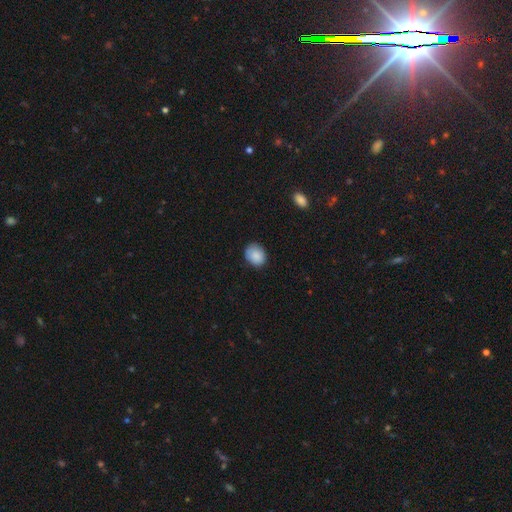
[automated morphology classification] Q: Smooth or featured?
A: smooth (88%); runner-up: star or artifact (7%)
Q: How rounded?
A: in between (50%); runner-up: round (49%)
Q: Merging?
A: none (80%); runner-up: minor disturbance (16%)